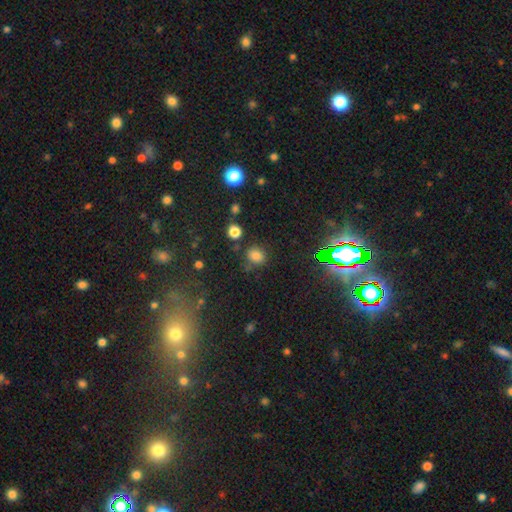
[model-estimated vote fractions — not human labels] smooth 73%, star or artifact 21%, featured or disk 6%. Down the decision tree: how rounded — round (58%); merging — none (74%).